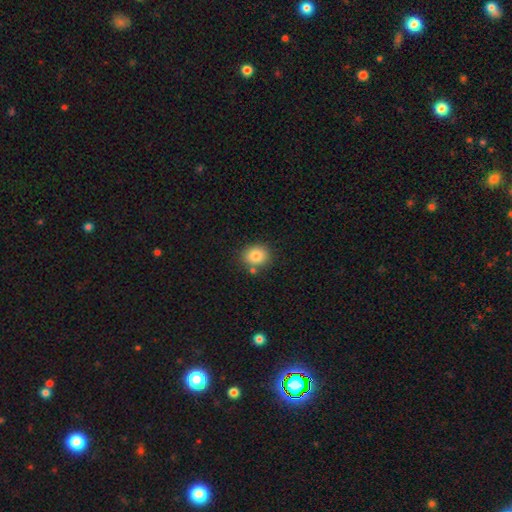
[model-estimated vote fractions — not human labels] Q: Smooth or featured?
A: smooth (82%); runner-up: star or artifact (10%)
Q: How rounded?
A: round (70%); runner-up: in between (29%)
Q: Merging?
A: none (77%); runner-up: minor disturbance (11%)